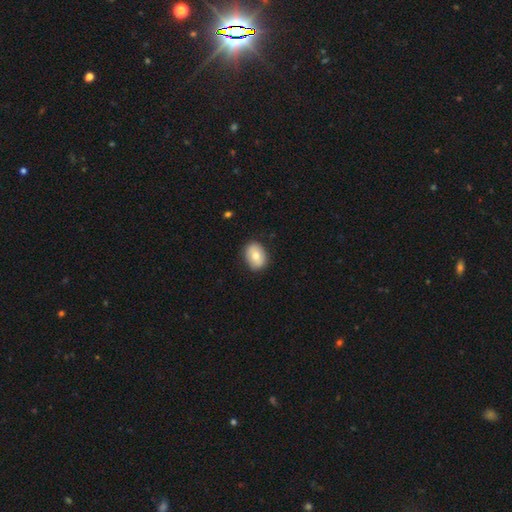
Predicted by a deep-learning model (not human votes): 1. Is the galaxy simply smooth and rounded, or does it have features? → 74% smooth, 18% featured or disk, 7% star or artifact.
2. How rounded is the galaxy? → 70% in between, 29% round, 1% cigar-shaped.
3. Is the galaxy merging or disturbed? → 85% none, 11% minor disturbance, 2% major disturbance, 1% merger.